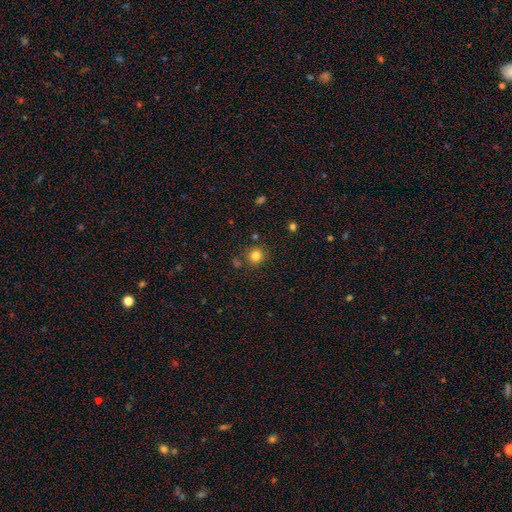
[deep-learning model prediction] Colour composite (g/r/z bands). It shows a smooth galaxy with no disk features (82%) that is round (91%). Merging: none (84%).